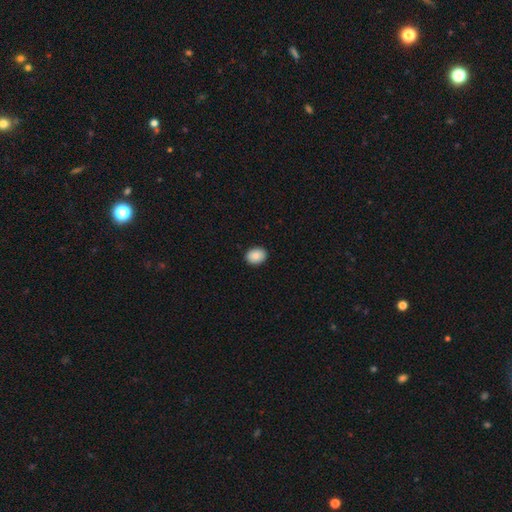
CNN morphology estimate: This is clearly a smooth galaxy (89%). How rounded: likely in between (60%). Merging: clearly none (91%).